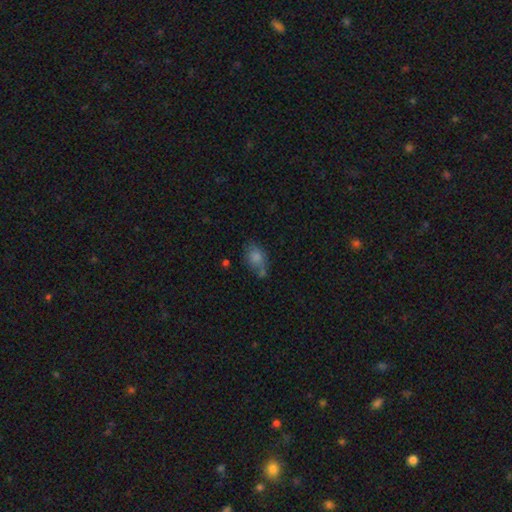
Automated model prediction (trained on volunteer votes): A smooth galaxy with no disk features (45%). Merging: none (74%).